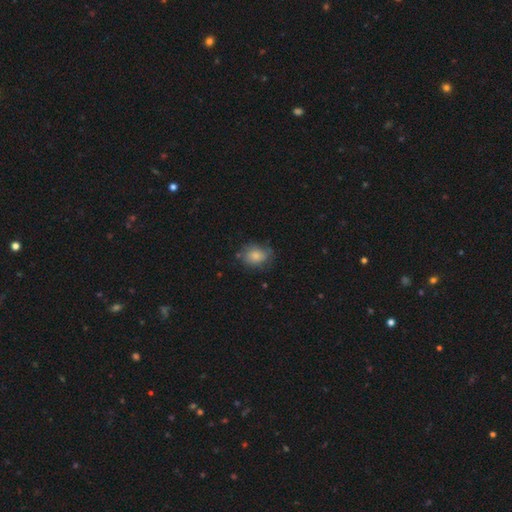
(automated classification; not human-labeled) Morphology: type=smooth (79%); roundness=in between (55%); merging=none (64%).